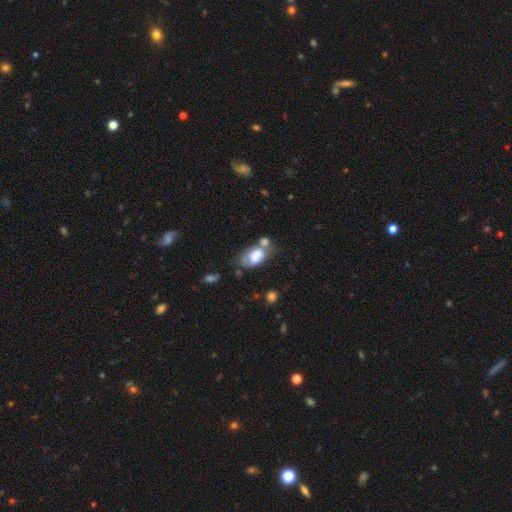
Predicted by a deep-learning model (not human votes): The model was most divided on "merging": merger: 36%, none: 31%, minor disturbance: 21%, major disturbance: 12%. More confident: how rounded — in between (90%); smooth or featured — smooth (73%).